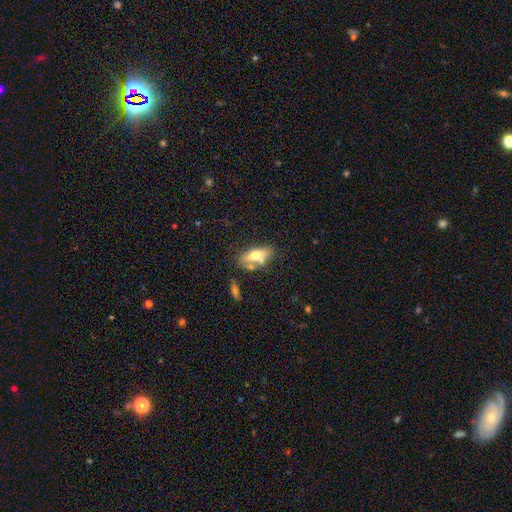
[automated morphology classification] This appears to be a smooth galaxy with no disk features (61%) that is in between round and cigar-shaped (76%). Merging: none (59%).